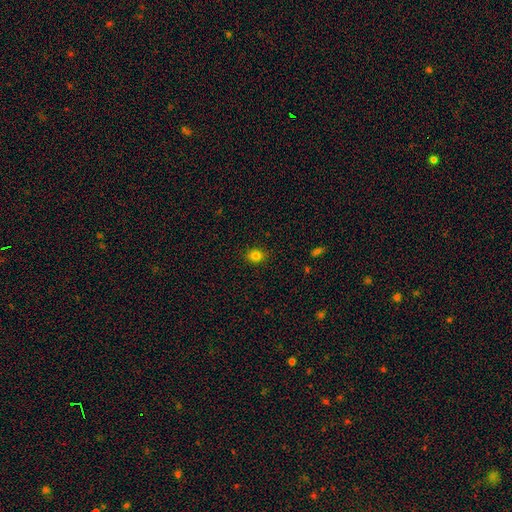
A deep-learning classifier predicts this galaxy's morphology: Smooth or featured: smooth — 80% (star or artifact — 14%)
How rounded: round — 60% (in between — 39%)
Merging: none — 89% (minor disturbance — 8%)